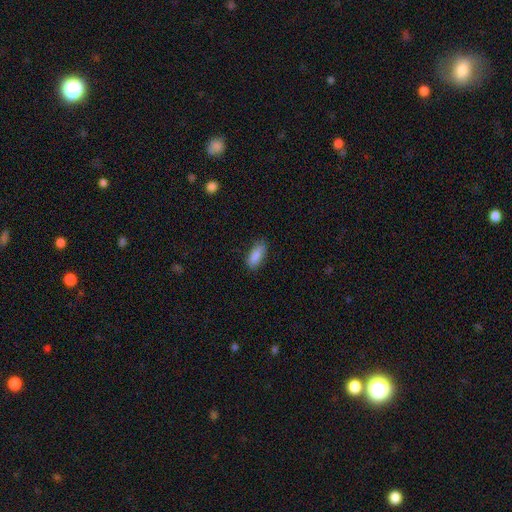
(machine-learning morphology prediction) Overall: smooth (88%). How rounded: in between (80%). Merging: none (81%).